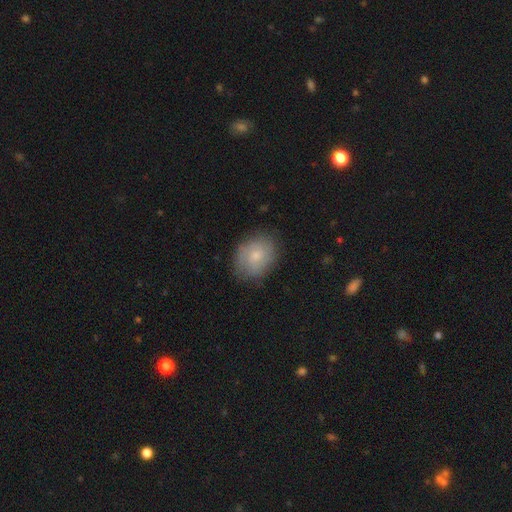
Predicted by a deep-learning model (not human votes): Smooth or featured?
  - smooth: 57% *
  - featured or disk: 35%
  - star or artifact: 7%
How rounded?
  - in between: 53% *
  - round: 46%
  - cigar-shaped: 1%
Merging?
  - none: 77% *
  - minor disturbance: 17%
  - major disturbance: 5%
  - merger: 1%